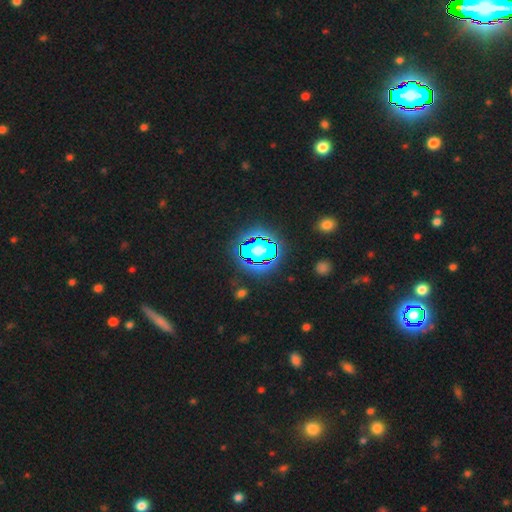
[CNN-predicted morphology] star or artifact 68%, smooth 20%, featured or disk 12%.